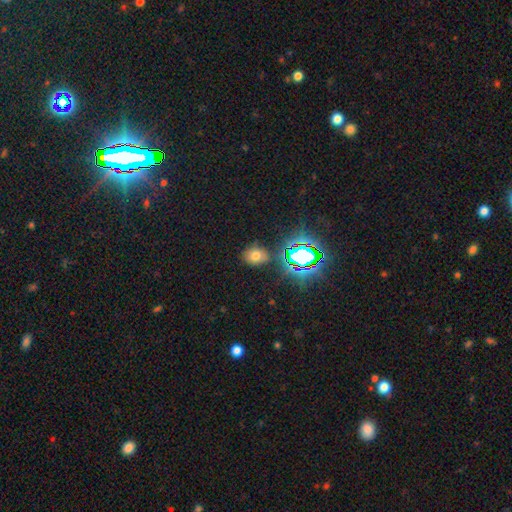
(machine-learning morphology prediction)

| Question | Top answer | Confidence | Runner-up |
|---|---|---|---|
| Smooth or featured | smooth | 61% | star or artifact (28%) |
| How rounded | in between | 58% | round (41%) |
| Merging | none | 79% | minor disturbance (13%) |